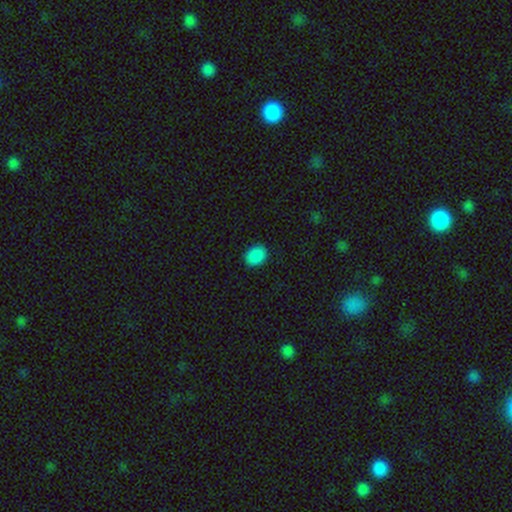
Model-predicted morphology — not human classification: Smooth or featured? smooth (88%)
How rounded? in between (59%)
Merging? none (86%)